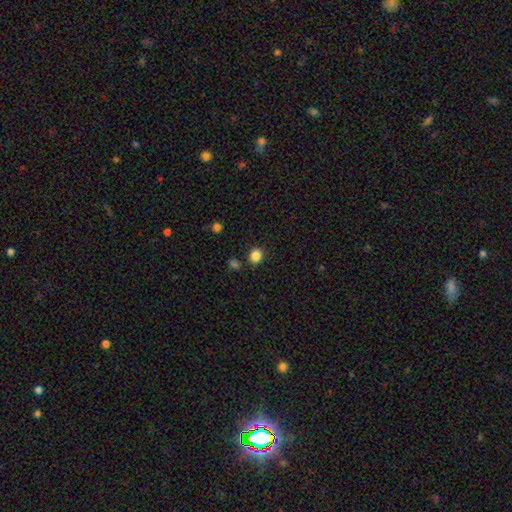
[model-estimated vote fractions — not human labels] Q: Smooth or featured?
A: smooth (85%); runner-up: star or artifact (11%)
Q: How rounded?
A: round (71%); runner-up: in between (28%)
Q: Merging?
A: none (85%); runner-up: minor disturbance (9%)